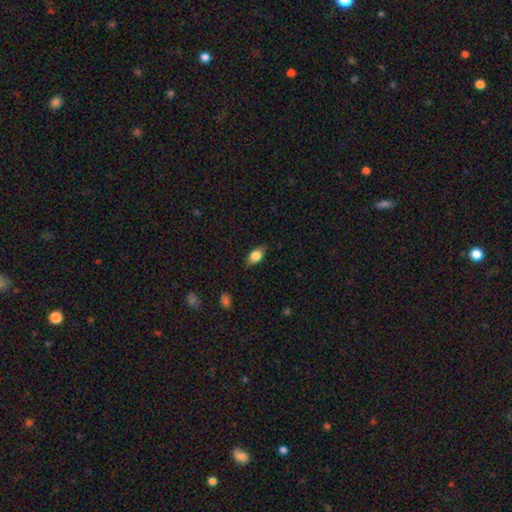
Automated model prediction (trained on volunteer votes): Smooth or featured: smooth — 78% (featured or disk — 14%)
How rounded: in between — 84% (round — 11%)
Merging: none — 82% (minor disturbance — 14%)